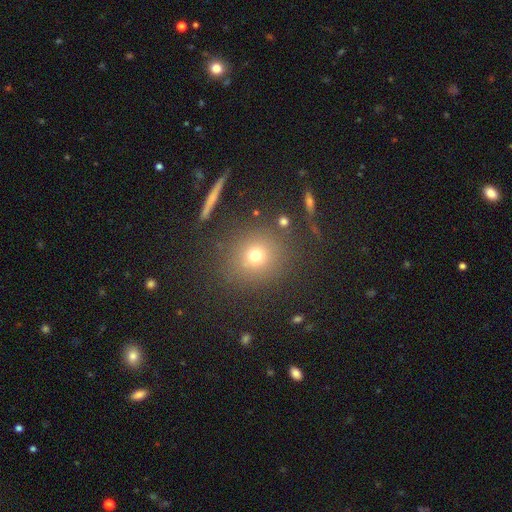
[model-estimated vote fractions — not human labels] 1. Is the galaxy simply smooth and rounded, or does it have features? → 70% smooth, 19% star or artifact, 11% featured or disk.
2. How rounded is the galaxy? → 88% round, 10% in between, 2% cigar-shaped.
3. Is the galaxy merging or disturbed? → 84% none, 8% minor disturbance, 4% major disturbance, 3% merger.